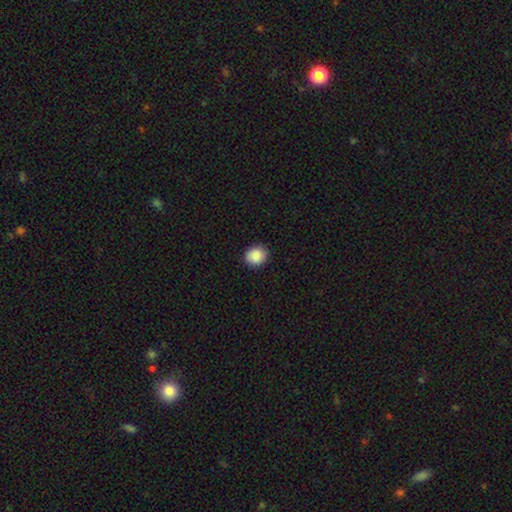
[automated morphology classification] A smooth galaxy with no disk features (89%) that is round (74%).

Vote fractions:
- Smooth or featured? smooth: 89% / star or artifact: 8% / featured or disk: 3%
- How rounded? round: 74% / in between: 25% / cigar-shaped: 1%
- Merging? none: 90% / minor disturbance: 8% / major disturbance: 2% / merger: 1%